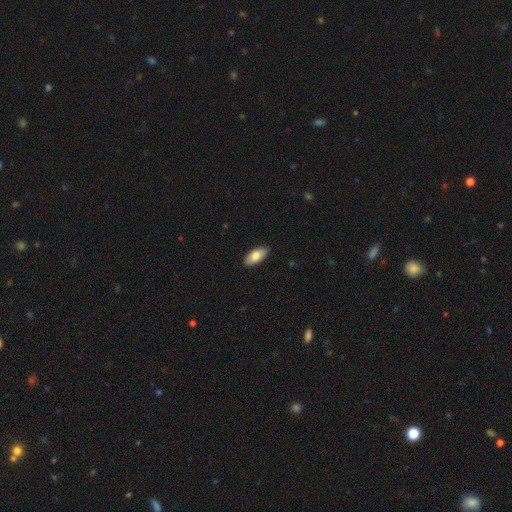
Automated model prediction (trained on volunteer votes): The model was most divided on "smooth or featured": smooth: 80%, featured or disk: 14%, star or artifact: 6%. More confident: how rounded — in between (92%); merging — none (88%).